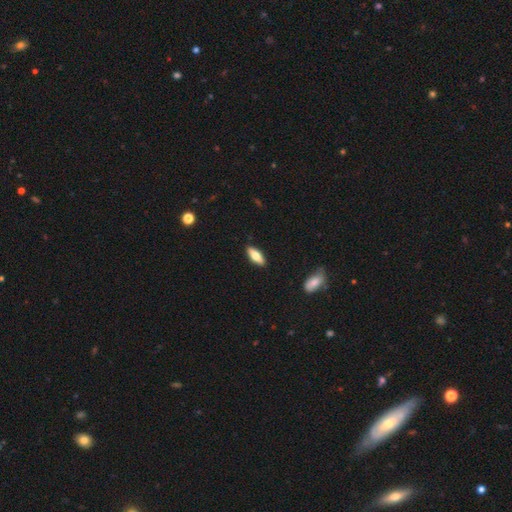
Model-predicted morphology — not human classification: The model was most divided on "how rounded": in between: 66%, cigar-shaped: 32%, round: 2%. More confident: merging — none (89%); smooth or featured — smooth (64%).